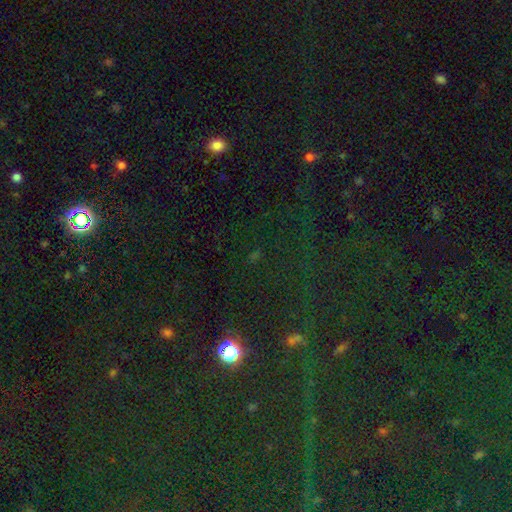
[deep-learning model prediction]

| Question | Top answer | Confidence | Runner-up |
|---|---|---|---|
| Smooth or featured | star or artifact | 71% | smooth (20%) |